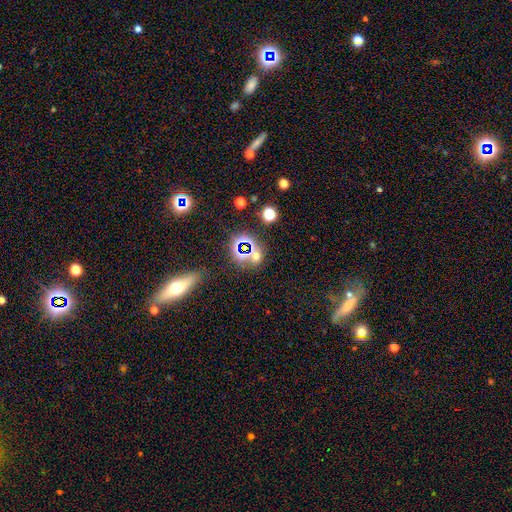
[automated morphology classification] smooth-or-featured: star or artifact: 54% | smooth: 36% | featured or disk: 10%